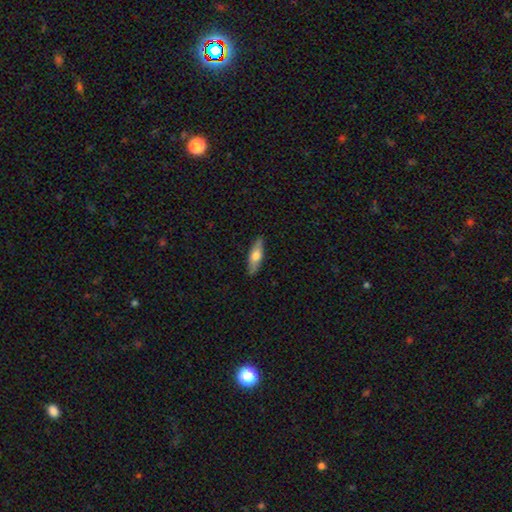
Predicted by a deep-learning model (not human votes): Smooth or featured? Predicted: smooth (p=0.60). How rounded? Predicted: cigar-shaped (p=0.50). Merging? Predicted: none (p=0.87).